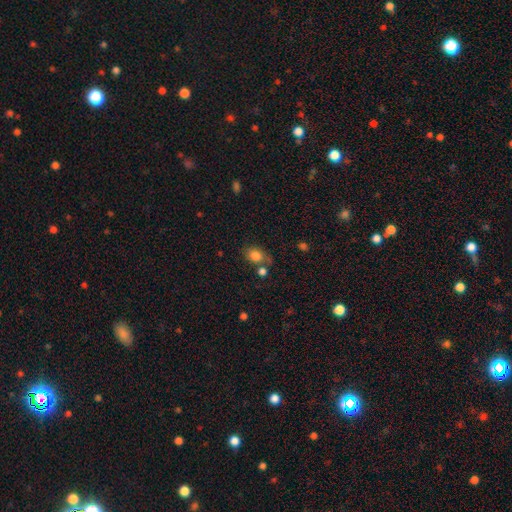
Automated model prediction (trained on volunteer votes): Q: Smooth or featured?
A: smooth (81%); runner-up: star or artifact (11%)
Q: How rounded?
A: in between (58%); runner-up: round (41%)
Q: Merging?
A: none (58%); runner-up: minor disturbance (17%)